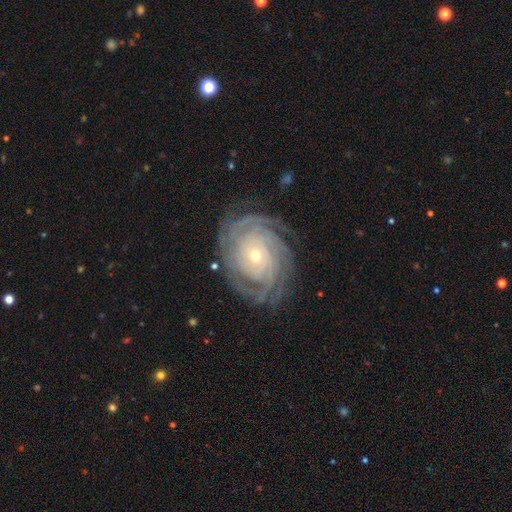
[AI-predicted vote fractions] Smooth or featured?
  - featured or disk: 90% *
  - star or artifact: 5%
  - smooth: 5%
Edge-on disk?
  - no: 97% *
  - yes: 3%
Bar?
  - no: 77% *
  - weak: 16%
  - strong: 6%
Spiral arms?
  - yes: 98% *
  - no: 2%
Spiral winding?
  - tight: 84% *
  - medium: 14%
  - loose: 2%
Spiral arm count?
  - 4: 25% *
  - more than 4: 24%
  - can't tell: 22%
  - 3: 14%
  - 2: 8%
  - 1: 7%
Bulge size?
  - small: 62% *
  - moderate: 34%
  - large: 2%
  - none: 1%
  - dominant: 1%
Merging?
  - none: 80% *
  - minor disturbance: 14%
  - major disturbance: 5%
  - merger: 1%